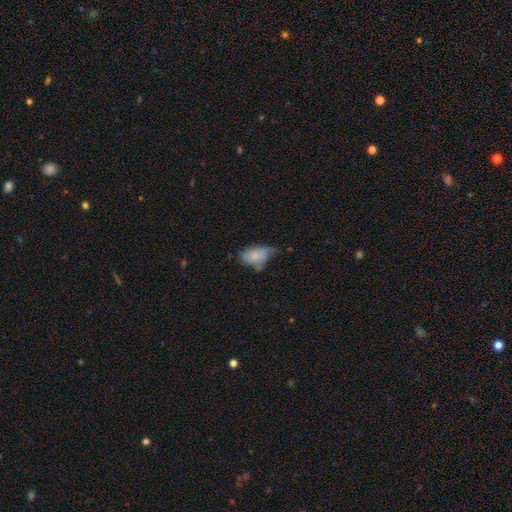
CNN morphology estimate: This is likely a smooth galaxy (74%). How rounded: clearly in between (86%). Merging: marginally minor disturbance (43%).